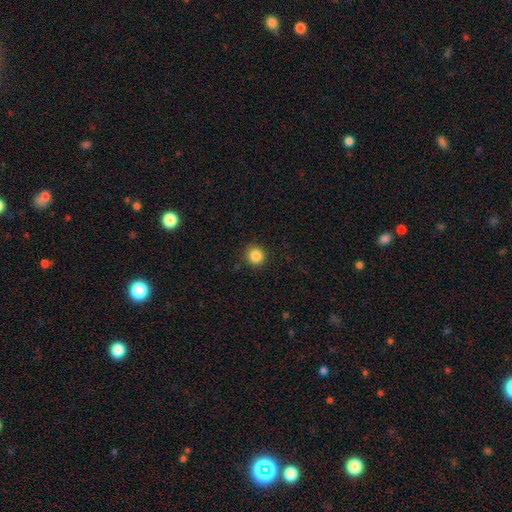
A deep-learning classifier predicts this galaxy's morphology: The model was most divided on "smooth or featured": smooth: 86%, star or artifact: 10%, featured or disk: 4%. More confident: how rounded — round (93%); merging — none (90%).